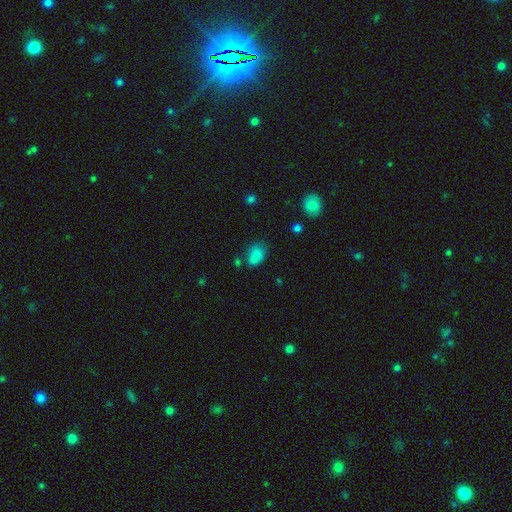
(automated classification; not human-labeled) A smooth galaxy with no disk features (79%) that is in between round and cigar-shaped (76%). Merging: none (52%).